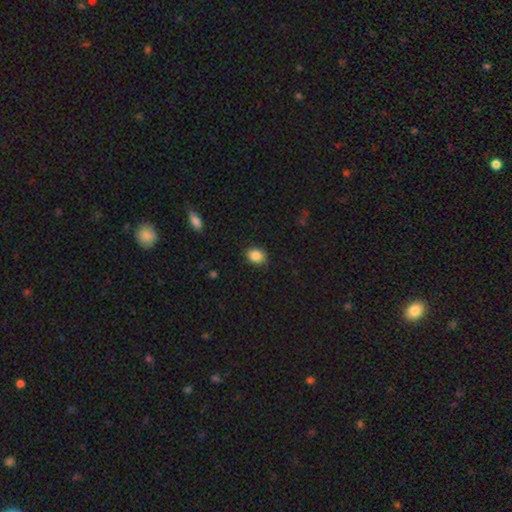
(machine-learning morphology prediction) Q: Smooth or featured?
A: smooth (87%); runner-up: star or artifact (9%)
Q: How rounded?
A: in between (52%); runner-up: round (47%)
Q: Merging?
A: none (84%); runner-up: minor disturbance (12%)